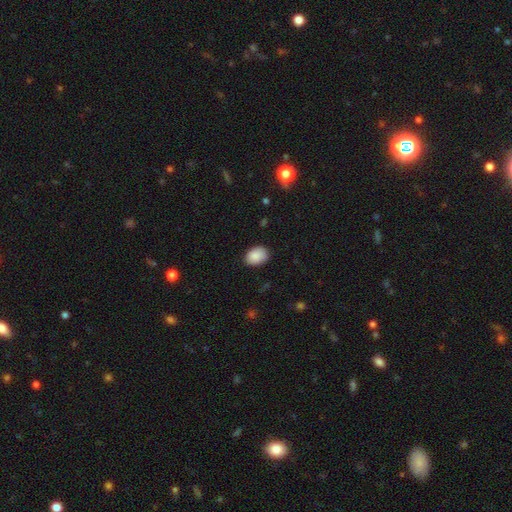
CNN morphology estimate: Smooth or featured? smooth (89%)
How rounded? in between (78%)
Merging? none (83%)